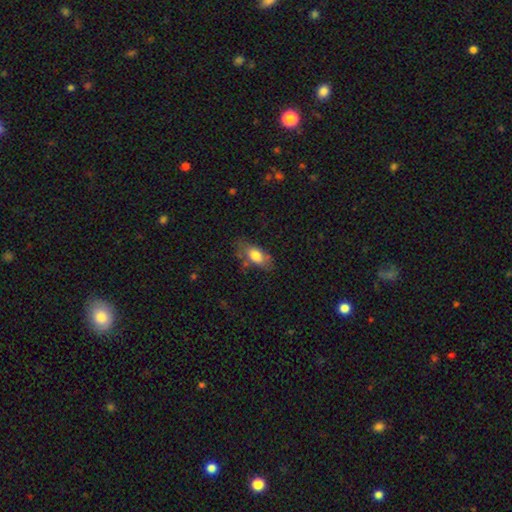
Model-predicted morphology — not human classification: type=smooth (75%); roundness=in between (86%); merging=none (63%).